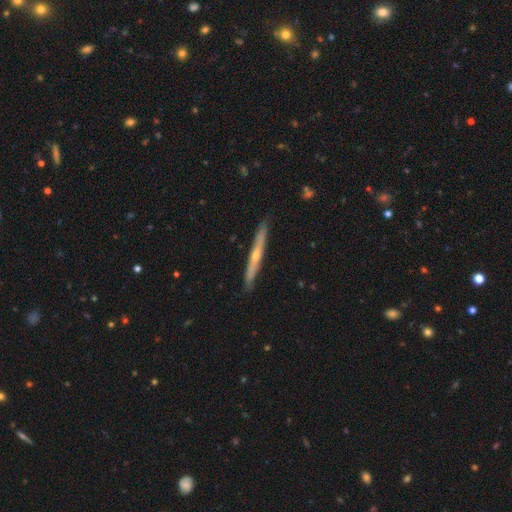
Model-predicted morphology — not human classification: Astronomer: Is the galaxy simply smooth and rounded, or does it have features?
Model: featured or disk — 70%.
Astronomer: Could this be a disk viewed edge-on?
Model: yes — 96%.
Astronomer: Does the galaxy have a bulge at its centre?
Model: rounded — 77%.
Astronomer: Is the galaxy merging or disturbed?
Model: none — 89%.